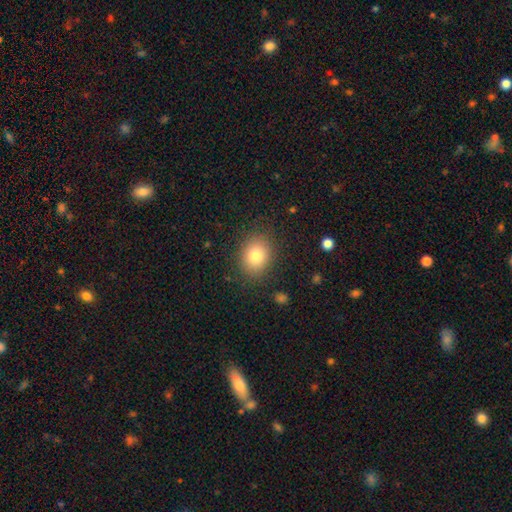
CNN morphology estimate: A smooth galaxy with no disk features (81%) that is in between round and cigar-shaped (51%).

Vote fractions:
- Smooth or featured? smooth: 81% / star or artifact: 10% / featured or disk: 9%
- How rounded? in between: 51% / round: 49% / cigar-shaped: 1%
- Merging? none: 86% / minor disturbance: 10% / major disturbance: 3% / merger: 1%